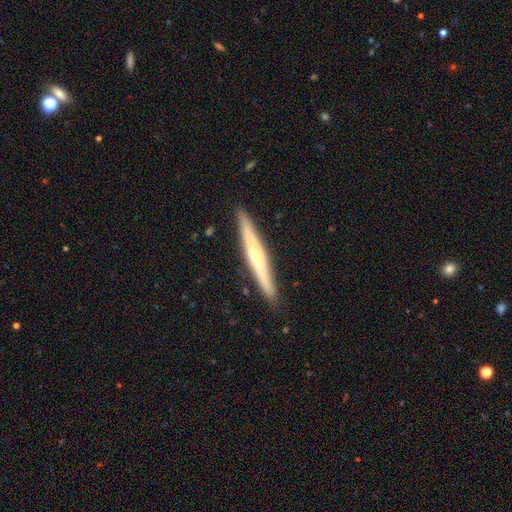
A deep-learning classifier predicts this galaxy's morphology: smooth-or-featured: featured or disk: 66% | smooth: 28% | star or artifact: 6%
  disk-edge-on: yes: 97% | no: 3%
    edge-on-bulge: rounded: 73% | none: 22% | boxy: 5%
  merging: none: 92% | minor disturbance: 6% | major disturbance: 1% | merger: 1%